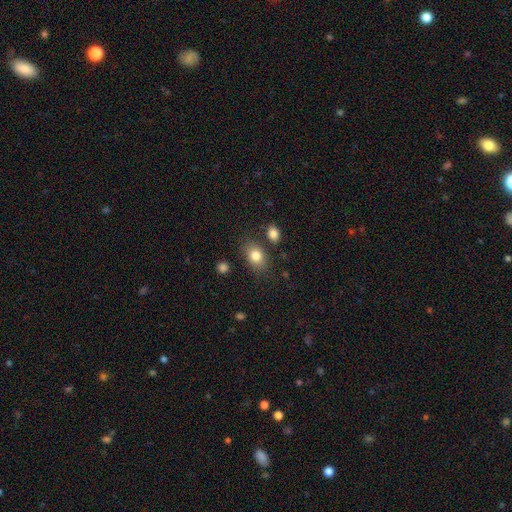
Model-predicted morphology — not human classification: type=smooth (82%); roundness=in between (74%); merging=none (77%).